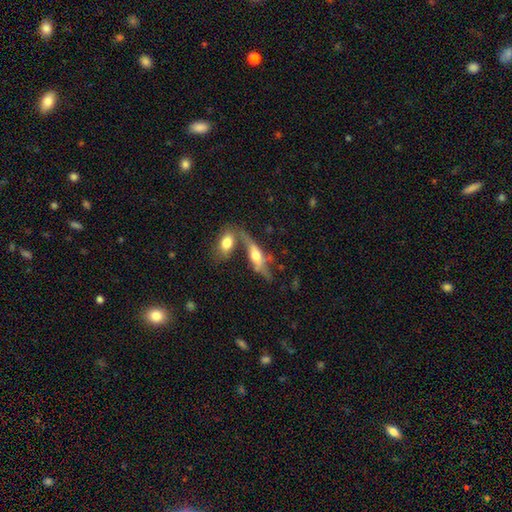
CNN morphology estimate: Smooth or featured? Predicted: featured or disk (p=0.57). Edge-on disk? Predicted: yes (p=0.74). Merging? Predicted: none (p=0.38).